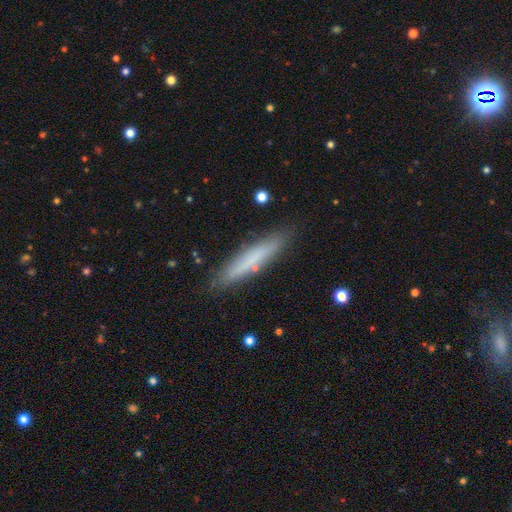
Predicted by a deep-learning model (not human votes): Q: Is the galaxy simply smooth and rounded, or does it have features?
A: smooth — 64%.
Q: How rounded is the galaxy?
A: cigar-shaped — 92%.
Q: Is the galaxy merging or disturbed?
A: none — 86%.